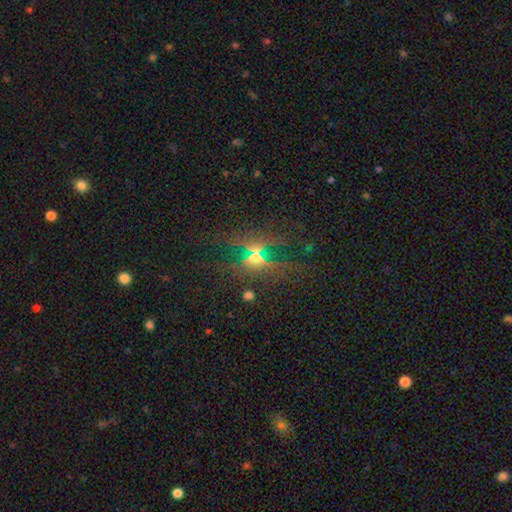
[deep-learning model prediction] smooth_or_featured: star or artifact (p=0.44) [alt: smooth p=0.33]